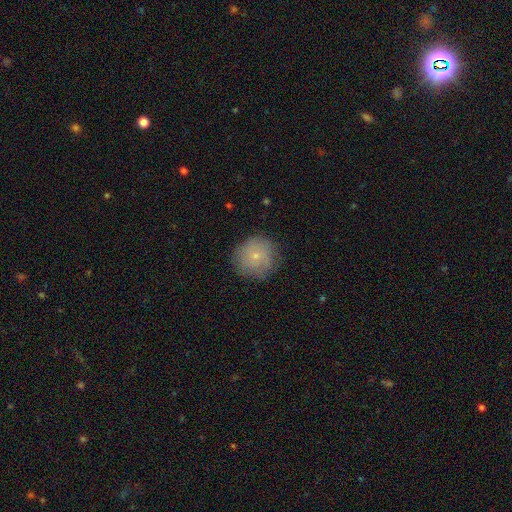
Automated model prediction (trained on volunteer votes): Smooth or featured? Predicted: smooth (p=0.68). How rounded? Predicted: round (p=0.92). Merging? Predicted: none (p=0.79).